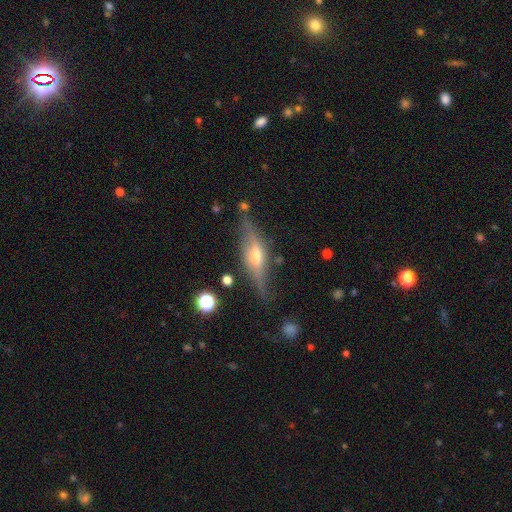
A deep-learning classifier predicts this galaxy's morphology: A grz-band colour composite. It shows a featured or disk galaxy (73%) viewed edge-on (92%) with a rounded central bulge (82%). Merging: none (78%).